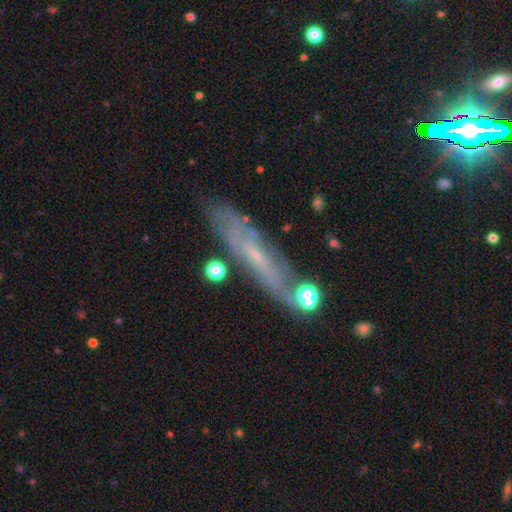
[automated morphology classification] smooth-or-featured: featured or disk: 64% | smooth: 25% | star or artifact: 12%
  disk-edge-on: yes: 51% | no: 49%
  merging: none: 74% | minor disturbance: 16% | major disturbance: 5% | merger: 5%